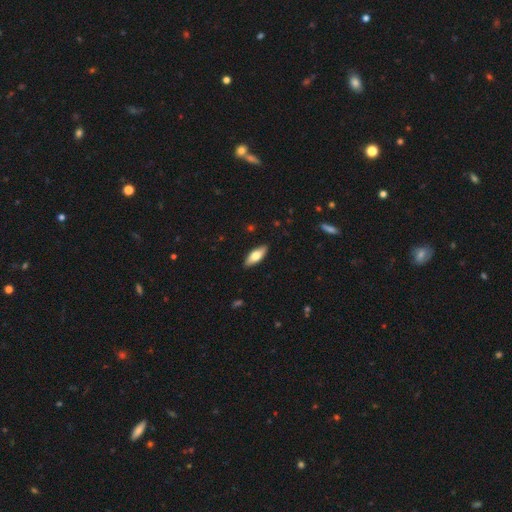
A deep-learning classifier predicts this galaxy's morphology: smooth_or_featured: smooth (p=0.67) [alt: featured or disk p=0.27]
how_rounded: in between (p=0.70) [alt: cigar-shaped p=0.28]
merging: none (p=0.89) [alt: minor disturbance p=0.08]